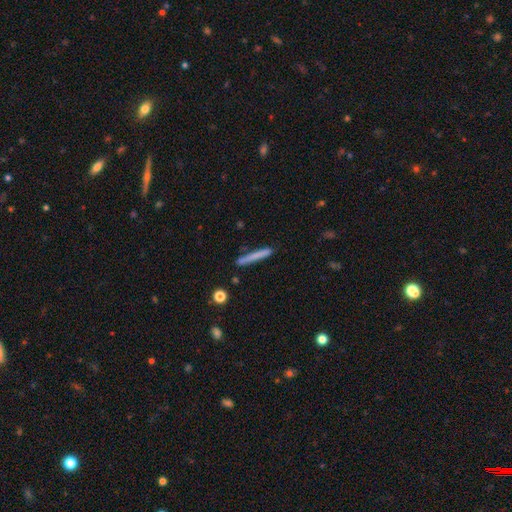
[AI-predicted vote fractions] smooth-or-featured: smooth: 70% | featured or disk: 23% | star or artifact: 6%
  how-rounded: cigar-shaped: 96% | in between: 2% | round: 1%
  merging: none: 86% | minor disturbance: 10% | merger: 3% | major disturbance: 2%